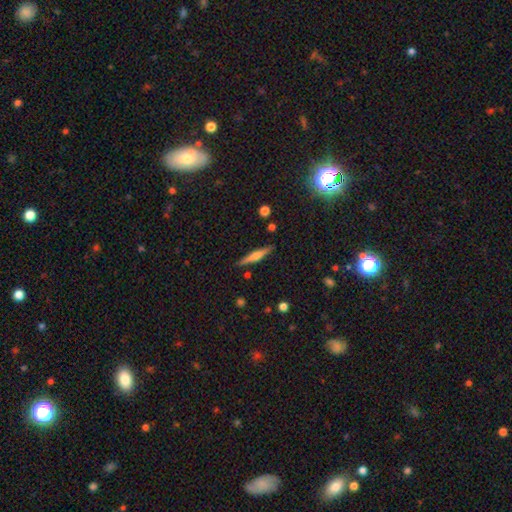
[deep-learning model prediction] A featured or disk galaxy (60%) viewed edge-on (97%) with a rounded central bulge (78%). Merging: none (89%).